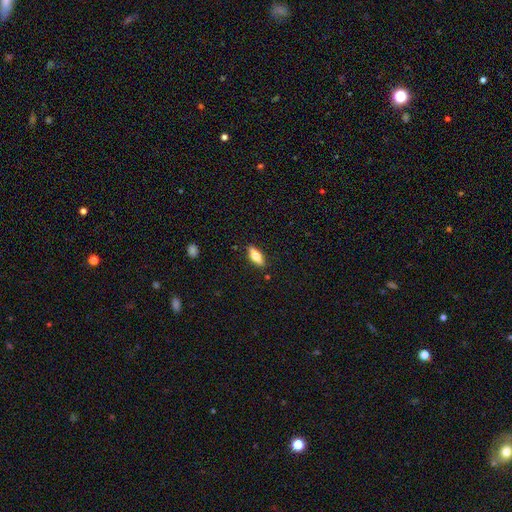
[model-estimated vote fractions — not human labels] smooth-or-featured: smooth: 69% | featured or disk: 24% | star or artifact: 7%
  how-rounded: in between: 69% | cigar-shaped: 28% | round: 3%
  merging: none: 87% | minor disturbance: 10% | major disturbance: 2% | merger: 1%